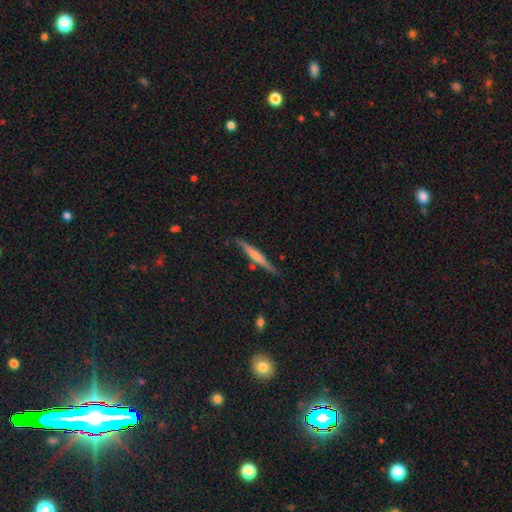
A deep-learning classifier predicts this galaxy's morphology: This is possibly a smooth galaxy (49%). Merging: clearly none (82%).